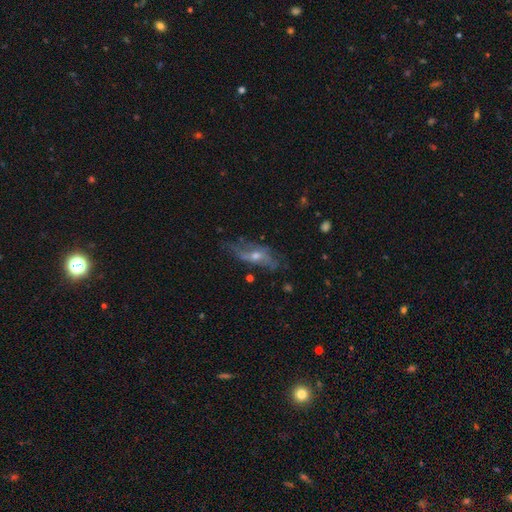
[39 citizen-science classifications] Smooth or featured? 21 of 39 (54%) said featured or disk. Edge-on disk? 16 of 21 (76%) said no. Bar? 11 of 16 (69%) said no. Spiral arms? 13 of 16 (81%) said no. Bulge size? 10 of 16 (62%) said moderate. Merging? 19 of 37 (51%) said none.